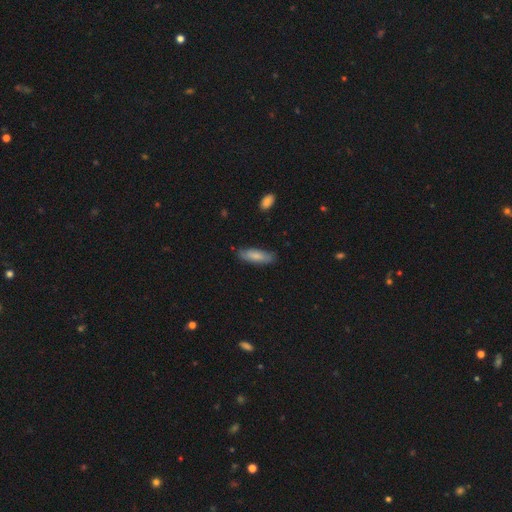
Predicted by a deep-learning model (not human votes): This appears to be a smooth galaxy with no disk features (72%) that is in between round and cigar-shaped (58%). Merging: none (77%).